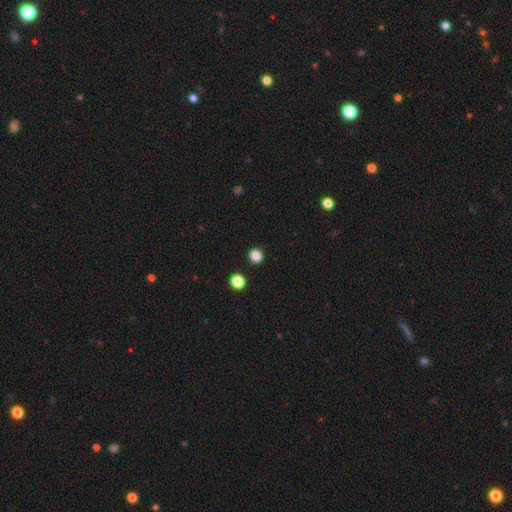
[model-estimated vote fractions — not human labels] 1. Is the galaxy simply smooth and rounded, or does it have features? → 84% smooth, 13% star or artifact, 3% featured or disk.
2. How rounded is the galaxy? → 92% round, 7% in between, 1% cigar-shaped.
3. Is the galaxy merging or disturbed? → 92% none, 4% minor disturbance, 2% merger, 2% major disturbance.